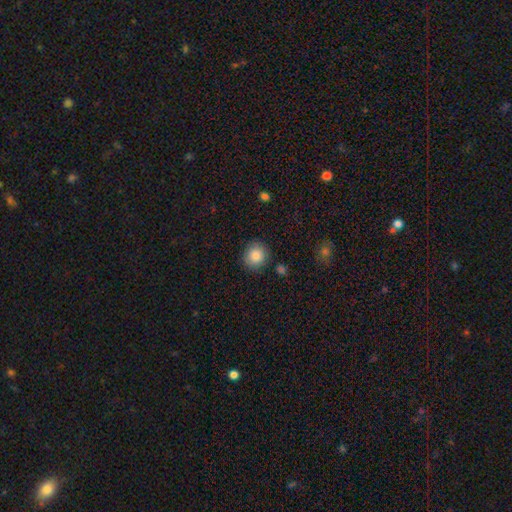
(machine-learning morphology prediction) Q: Smooth or featured?
A: smooth (86%); runner-up: star or artifact (9%)
Q: How rounded?
A: round (85%); runner-up: in between (14%)
Q: Merging?
A: none (86%); runner-up: minor disturbance (9%)